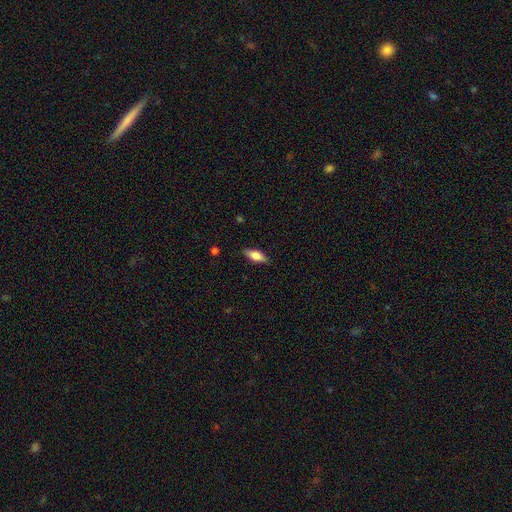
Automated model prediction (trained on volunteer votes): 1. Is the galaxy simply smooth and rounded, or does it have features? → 72% smooth, 22% featured or disk, 6% star or artifact.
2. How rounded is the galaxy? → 69% in between, 28% cigar-shaped, 3% round.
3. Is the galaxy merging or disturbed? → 85% none, 11% minor disturbance, 2% major disturbance, 1% merger.